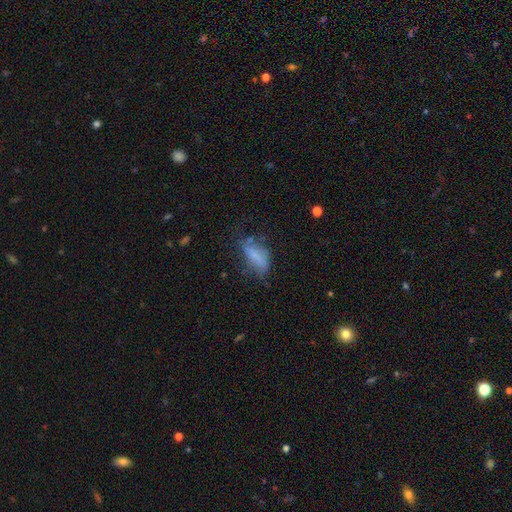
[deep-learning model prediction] The model was most divided on "merging": none: 40%, minor disturbance: 30%, major disturbance: 26%, merger: 4%. More confident: how rounded — in between (73%); smooth or featured — smooth (57%).